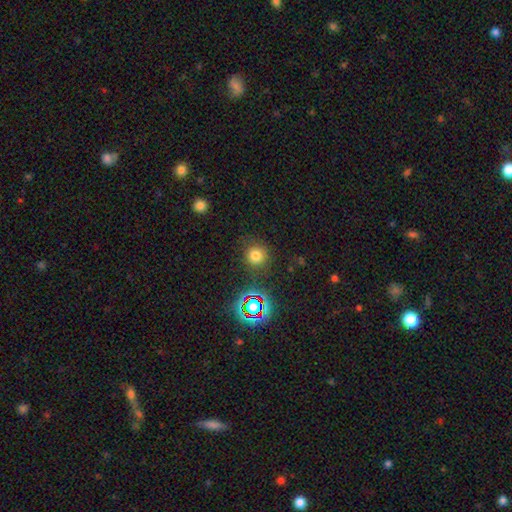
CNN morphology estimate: A smooth galaxy with no disk features (72%) that is round (92%).

Vote fractions:
- Smooth or featured? smooth: 72% / star or artifact: 21% / featured or disk: 7%
- How rounded? round: 92% / in between: 7% / cigar-shaped: 1%
- Merging? none: 84% / minor disturbance: 9% / major disturbance: 4% / merger: 2%